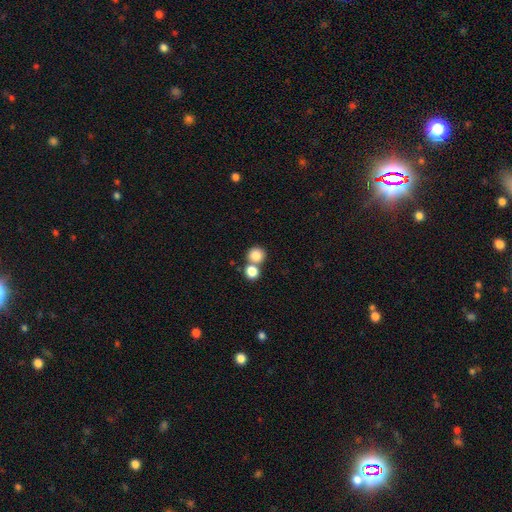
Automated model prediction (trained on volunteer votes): A smooth galaxy with no disk features (83%) that is round (88%). Merging: none (51%).